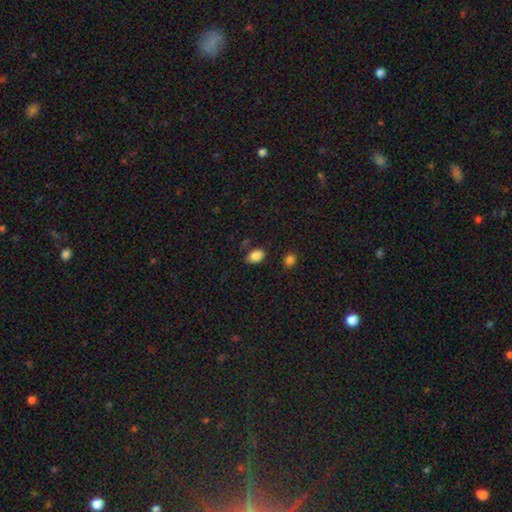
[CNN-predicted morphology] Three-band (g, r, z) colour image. It shows a smooth galaxy with no disk features (86%) that is in between round and cigar-shaped (83%). Merging: none (76%).